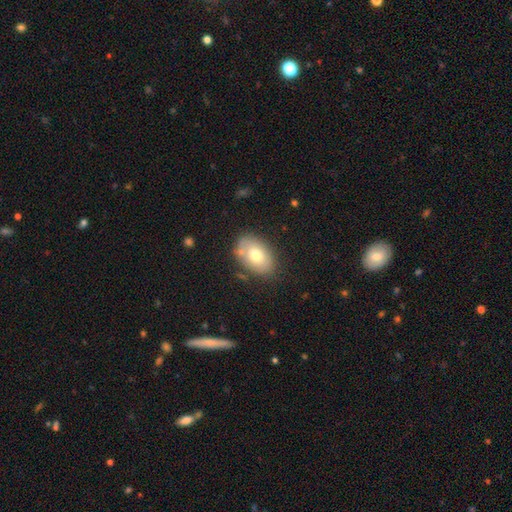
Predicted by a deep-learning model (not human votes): A smooth galaxy with no disk features (69%) that is in between round and cigar-shaped (88%). Merging: none (75%).